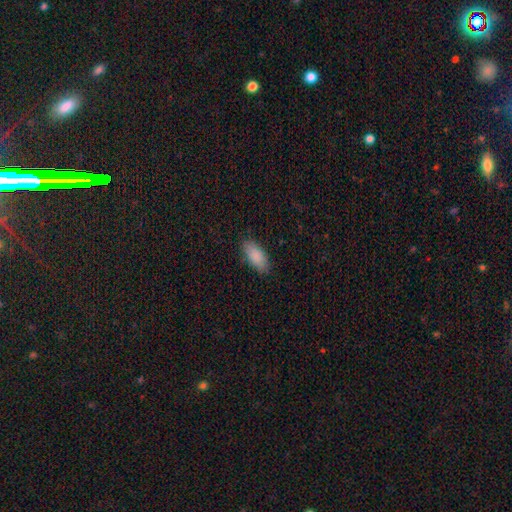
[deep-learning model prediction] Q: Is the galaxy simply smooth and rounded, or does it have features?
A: smooth — 88%.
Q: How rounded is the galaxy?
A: in between — 88%.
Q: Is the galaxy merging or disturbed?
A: none — 84%.